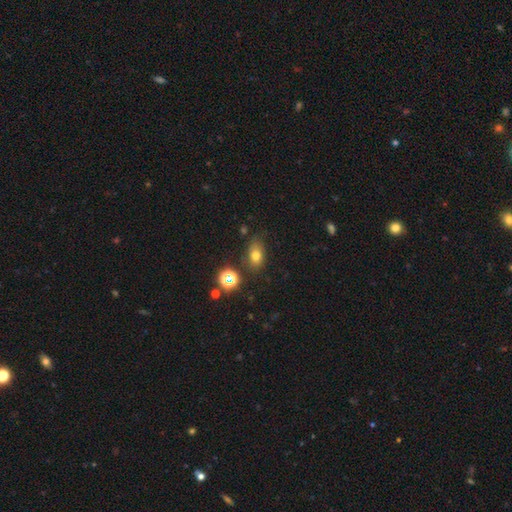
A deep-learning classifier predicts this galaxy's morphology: The model was most divided on "how rounded": in between: 72%, round: 26%, cigar-shaped: 2%. More confident: smooth or featured — smooth (72%); merging — none (72%).